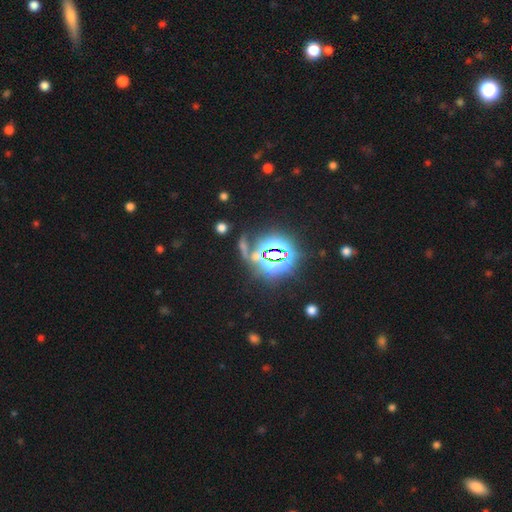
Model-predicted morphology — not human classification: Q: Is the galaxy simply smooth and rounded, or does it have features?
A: star or artifact — 74%.